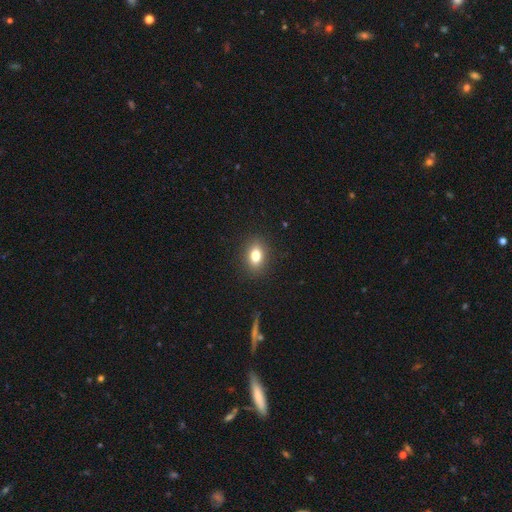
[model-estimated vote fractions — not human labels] A smooth galaxy with no disk features (79%) that is in between round and cigar-shaped (72%). Merging: none (89%).